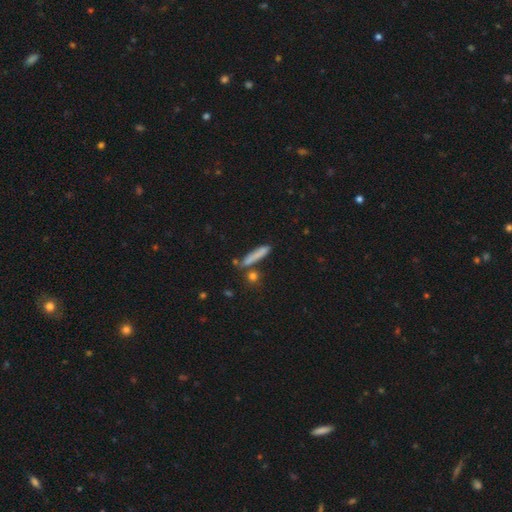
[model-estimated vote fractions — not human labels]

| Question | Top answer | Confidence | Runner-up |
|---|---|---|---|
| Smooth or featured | smooth | 76% | featured or disk (16%) |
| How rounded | cigar-shaped | 88% | in between (9%) |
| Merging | none | 73% | minor disturbance (14%) |